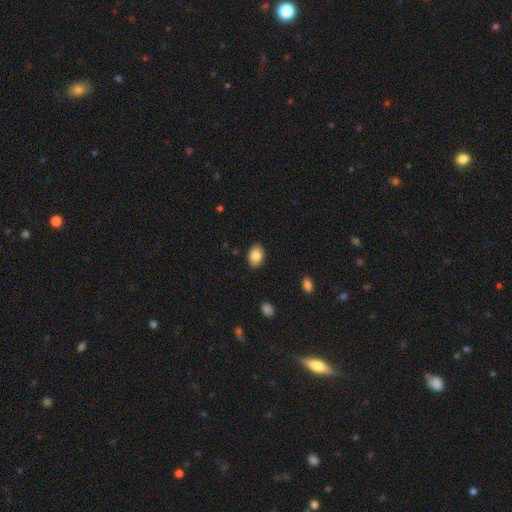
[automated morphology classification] The model was most divided on "how rounded": in between: 87%, round: 12%, cigar-shaped: 1%. More confident: merging — none (88%); smooth or featured — smooth (85%).